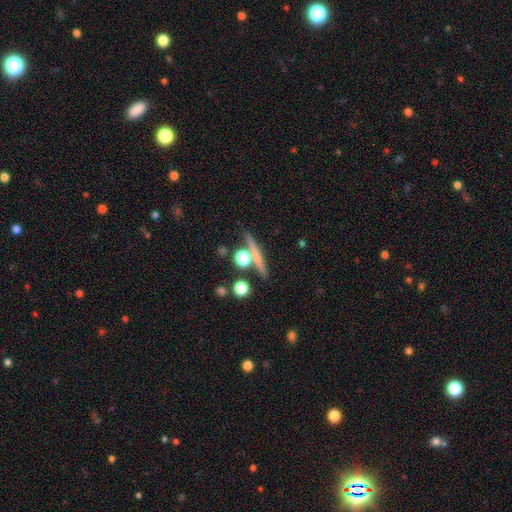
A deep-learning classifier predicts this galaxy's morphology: Smooth or featured?
  - smooth: 45% *
  - featured or disk: 44%
  - star or artifact: 11%
Merging?
  - none: 74% *
  - merger: 14%
  - minor disturbance: 9%
  - major disturbance: 4%